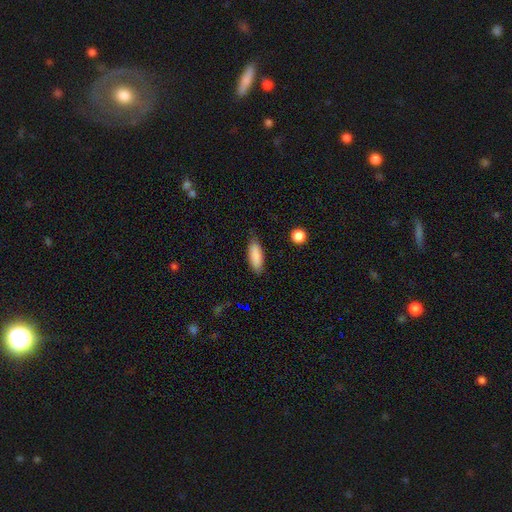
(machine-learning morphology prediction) The model was most divided on "how rounded": in between: 63%, cigar-shaped: 35%, round: 2%. More confident: smooth or featured — smooth (88%); merging — none (81%).